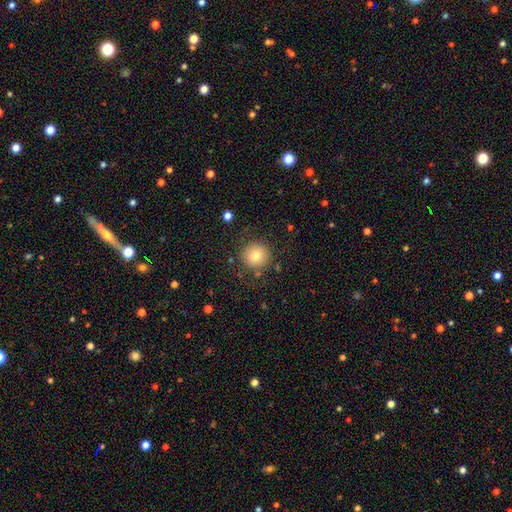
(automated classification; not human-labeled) This is likely a smooth galaxy (78%). How rounded: clearly round (95%). Merging: clearly none (86%).